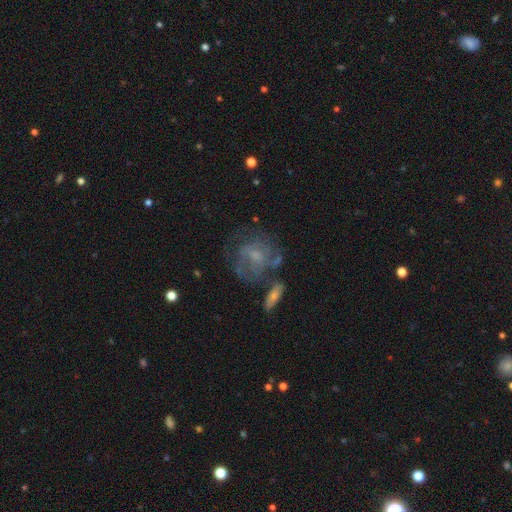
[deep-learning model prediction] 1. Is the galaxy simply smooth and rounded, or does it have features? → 61% featured or disk, 29% smooth, 10% star or artifact.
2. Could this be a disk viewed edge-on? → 97% no, 3% yes.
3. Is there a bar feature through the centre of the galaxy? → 60% no, 34% weak, 6% strong.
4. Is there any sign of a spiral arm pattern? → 61% yes, 39% no.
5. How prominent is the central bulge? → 51% small, 31% moderate, 14% none, 3% large, 1% dominant.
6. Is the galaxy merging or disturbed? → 49% none, 20% major disturbance, 19% minor disturbance, 12% merger.